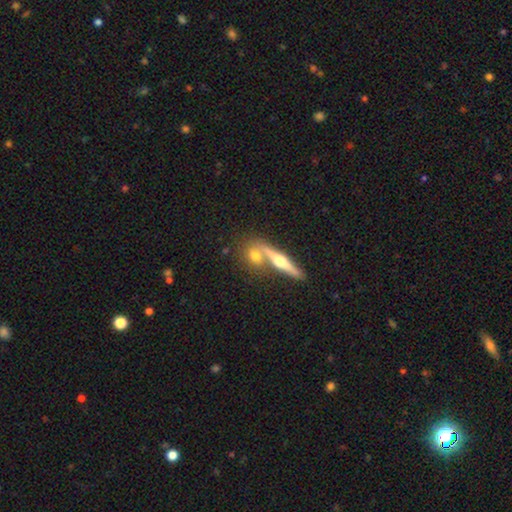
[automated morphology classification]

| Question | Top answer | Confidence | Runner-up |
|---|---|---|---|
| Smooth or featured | smooth | 51% | featured or disk (40%) |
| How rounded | round | 49% | in between (29%) |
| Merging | none | 53% | merger (35%) |